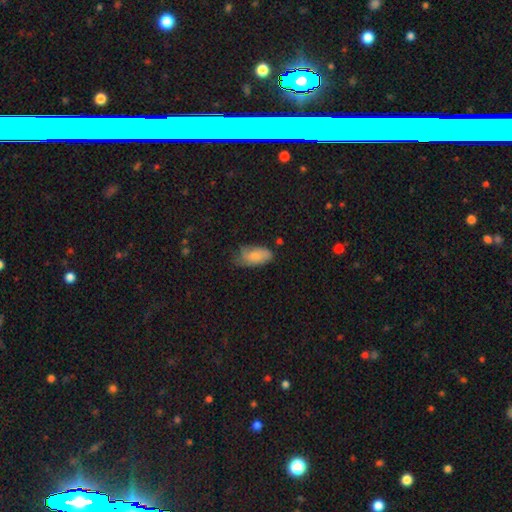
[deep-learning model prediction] This is likely a smooth galaxy (76%). How rounded: clearly in between (92%). Merging: possibly none (47%).